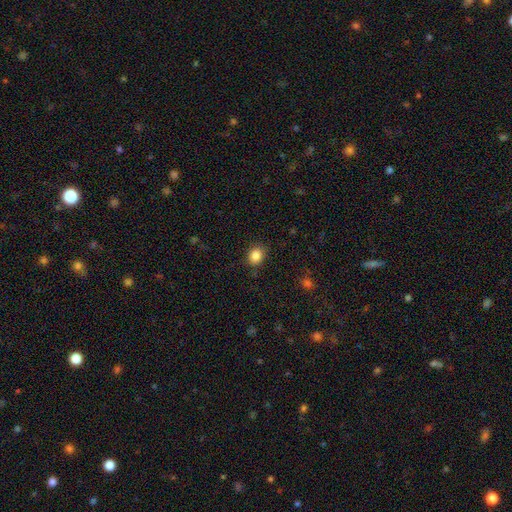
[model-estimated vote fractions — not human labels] Smooth or featured?
  - smooth: 85% *
  - star or artifact: 10%
  - featured or disk: 5%
How rounded?
  - round: 59% *
  - in between: 40%
  - cigar-shaped: 1%
Merging?
  - none: 86% *
  - minor disturbance: 10%
  - major disturbance: 3%
  - merger: 1%